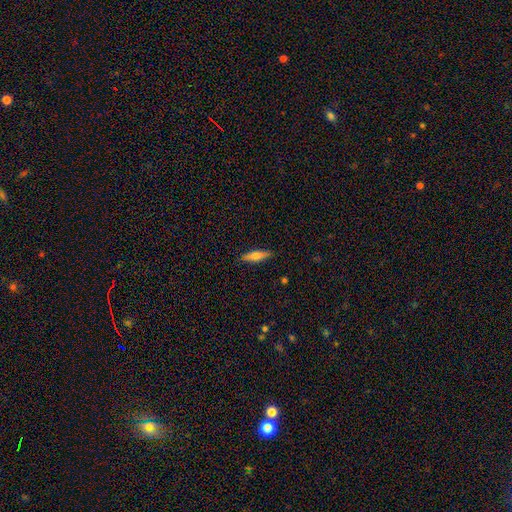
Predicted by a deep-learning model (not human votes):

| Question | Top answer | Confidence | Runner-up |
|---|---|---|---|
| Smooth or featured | smooth | 62% | featured or disk (31%) |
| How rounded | cigar-shaped | 64% | in between (34%) |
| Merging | none | 87% | minor disturbance (10%) |